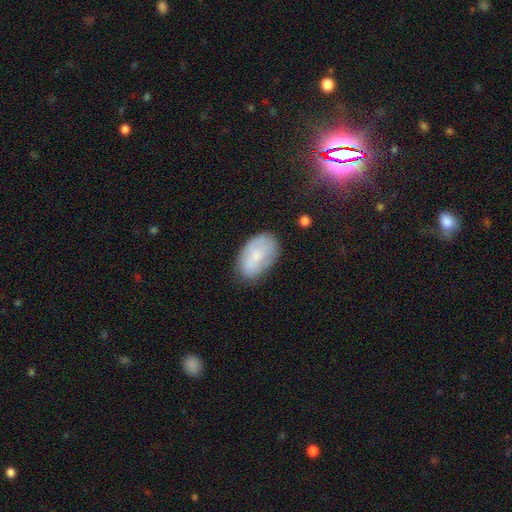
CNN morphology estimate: type=smooth (69%); roundness=in between (92%); merging=none (71%).